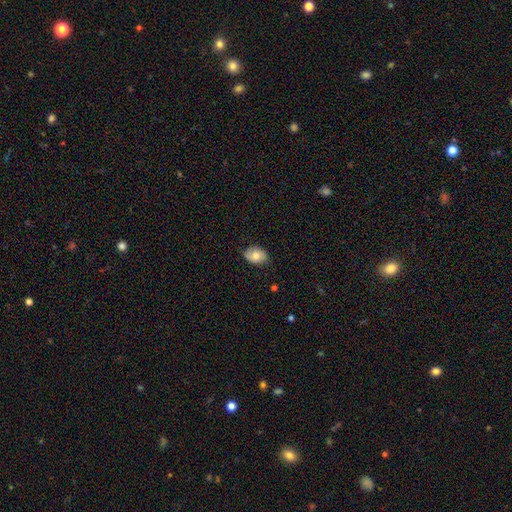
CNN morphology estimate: Smooth or featured? Predicted: smooth (p=0.70). How rounded? Predicted: in between (p=0.74). Merging? Predicted: none (p=0.80).